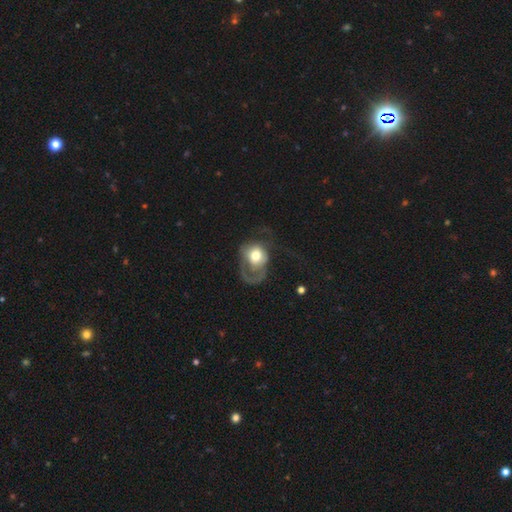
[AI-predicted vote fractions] Smooth or featured: featured or disk — 50% (smooth — 43%)
Edge-on disk: no — 96% (yes — 4%)
Merging: major disturbance — 59% (none — 22%)